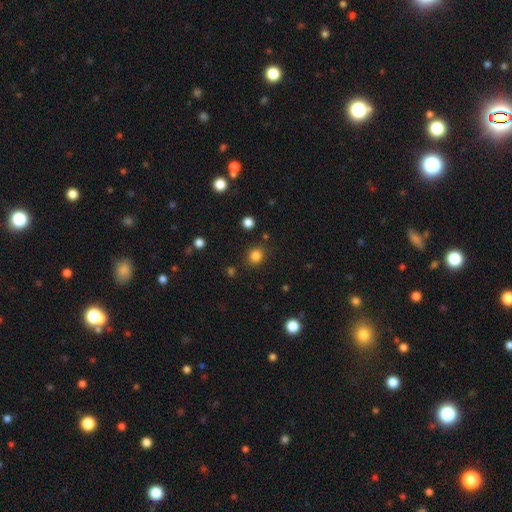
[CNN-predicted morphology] This is clearly a smooth galaxy (83%). How rounded: likely round (79%). Merging: clearly none (85%).